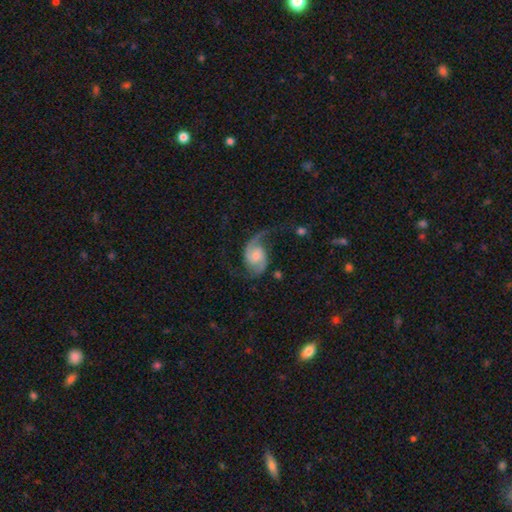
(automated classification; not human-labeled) This appears to be a featured or disk galaxy (84%) with no bar (58%), 2 (89%) loose (51%) spiral arms (97%) and a moderate central bulge (34%). Merging: none (56%).